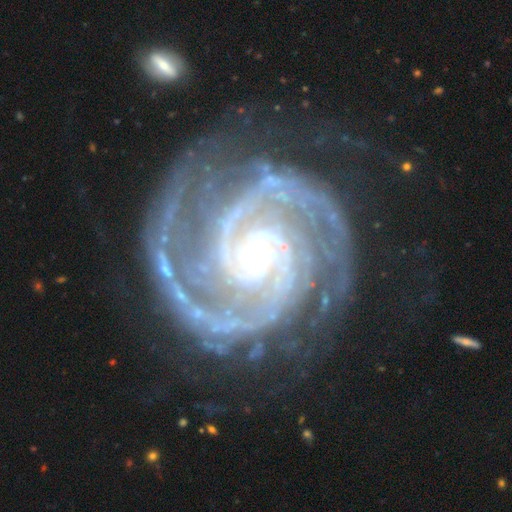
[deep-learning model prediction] Morphology: type=featured or disk (94%); edge-on=no (98%); bar=no (62%); spiral arms=yes (99%); winding=tight (67%); arm count=2 (63%); bulge=small (73%); merging=none (73%).